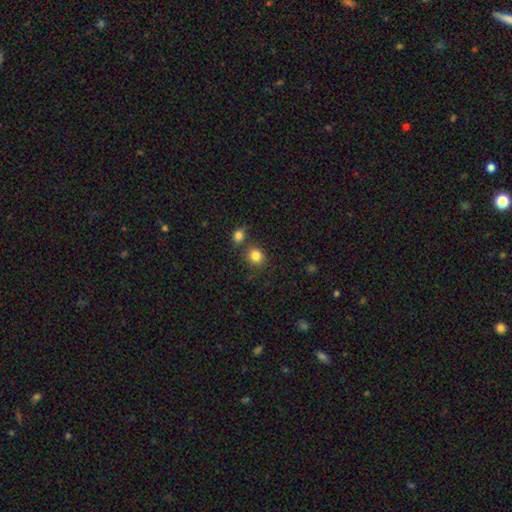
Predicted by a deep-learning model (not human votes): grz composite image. It shows a smooth galaxy with no disk features (84%) that is round (75%). Merging: none (71%).